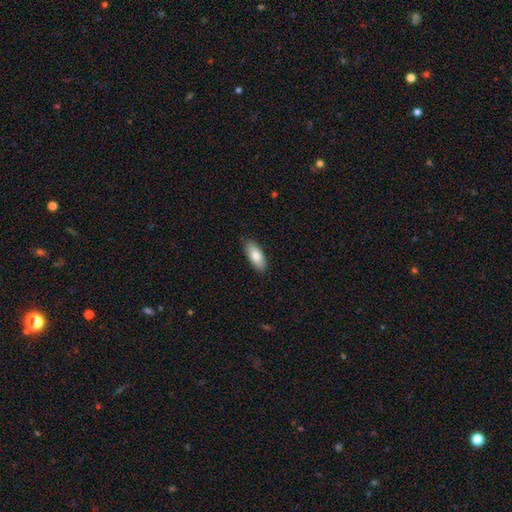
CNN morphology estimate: This is clearly a smooth galaxy (82%). How rounded: clearly in between (82%). Merging: clearly none (86%).